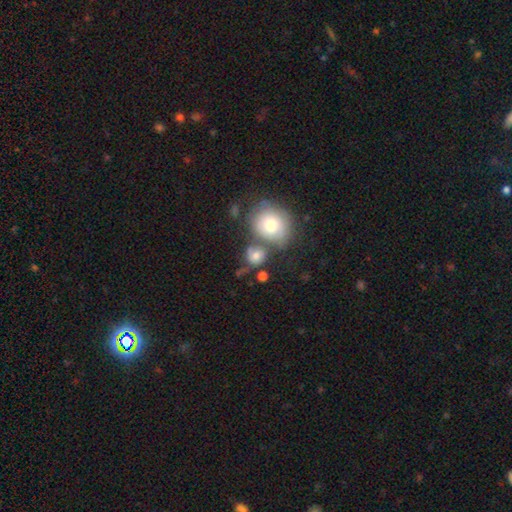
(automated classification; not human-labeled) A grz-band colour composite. It shows a smooth galaxy with no disk features (70%) that is round (77%). Merging: none (44%).